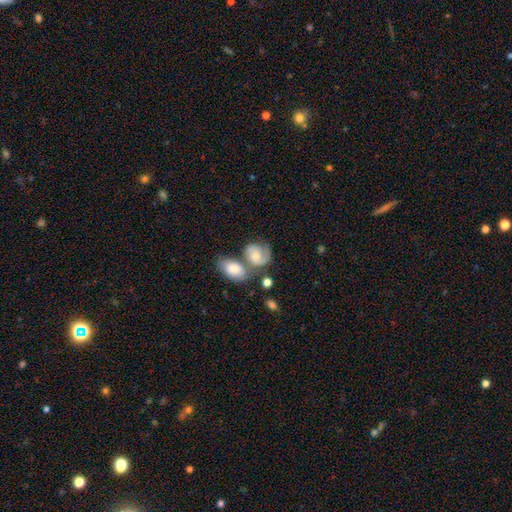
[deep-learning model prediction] Smooth or featured? Predicted: featured or disk (p=0.48). Merging? Predicted: merger (p=0.41).